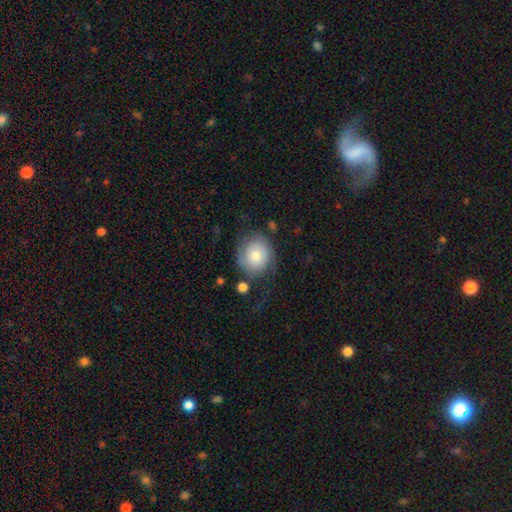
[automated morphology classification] This appears to be a smooth galaxy with no disk features (64%) that is round (76%). Merging: none (62%).